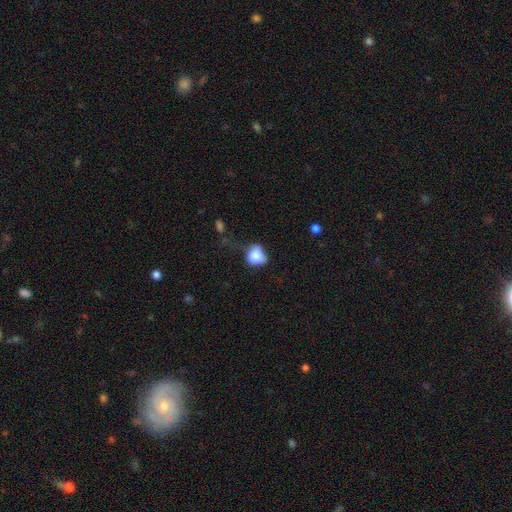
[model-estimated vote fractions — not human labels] Smooth or featured? Predicted: smooth (p=0.80). How rounded? Predicted: round (p=0.63). Merging? Predicted: none (p=0.37).